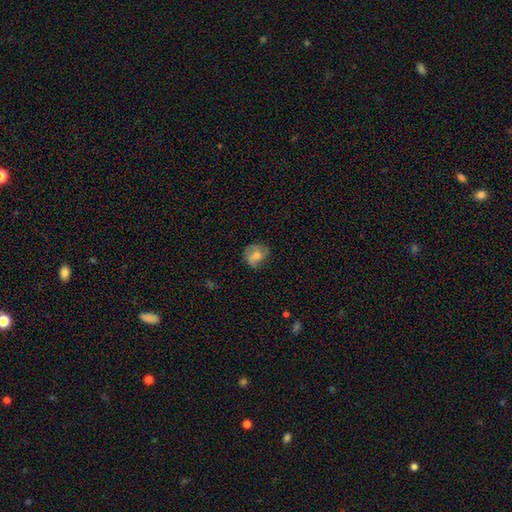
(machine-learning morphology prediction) The model was most divided on "smooth or featured": smooth: 55%, featured or disk: 37%, star or artifact: 9%. More confident: how rounded — round (74%); merging — none (70%).